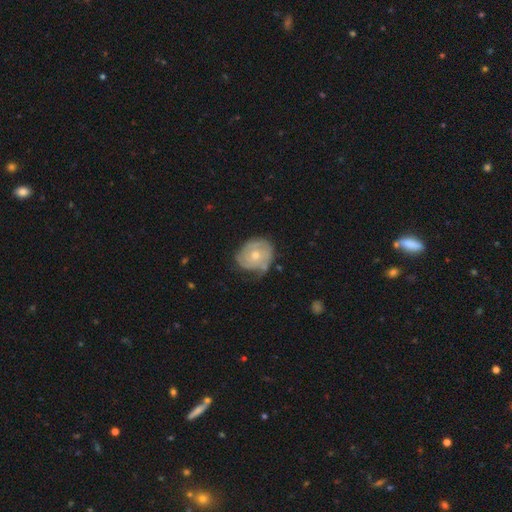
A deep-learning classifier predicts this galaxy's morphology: Smooth or featured: featured or disk — 69% (smooth — 26%)
Edge-on disk: no — 97% (yes — 3%)
Bar: no — 81% (weak — 17%)
Spiral arms: yes — 85% (no — 15%)
Spiral winding: tight — 66% (medium — 25%)
Spiral arm count: can't tell — 37% (2 — 26%)
Bulge size: moderate — 58% (small — 38%)
Merging: none — 57% (minor disturbance — 30%)